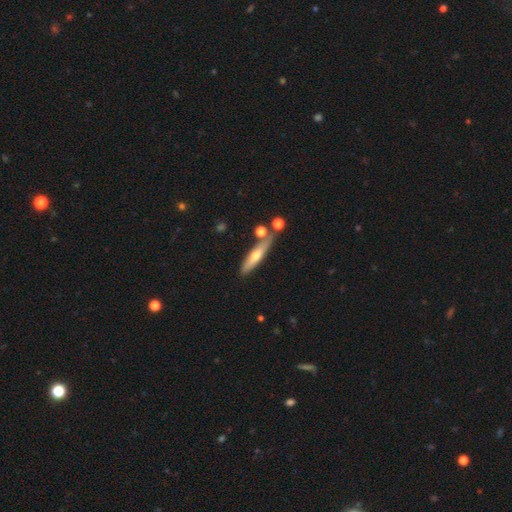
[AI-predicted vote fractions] smooth-or-featured: featured or disk: 47% | smooth: 46% | star or artifact: 7%
  merging: none: 73% | minor disturbance: 14% | merger: 10% | major disturbance: 3%